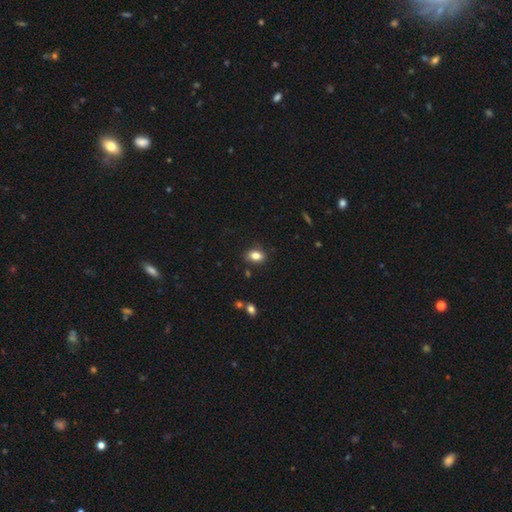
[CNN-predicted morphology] A smooth galaxy with no disk features (82%) that is in between round and cigar-shaped (75%). Merging: none (84%).